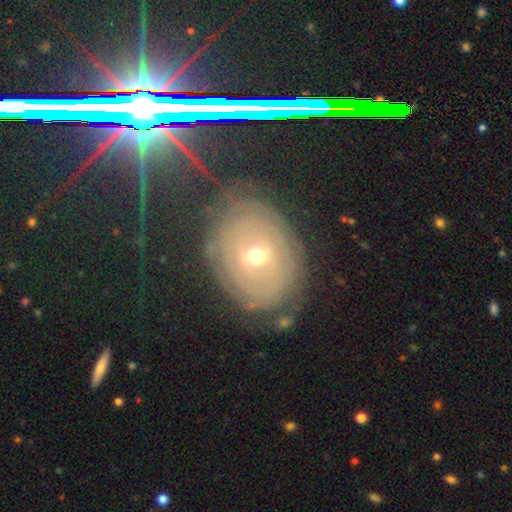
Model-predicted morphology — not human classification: Overall: featured or disk (73%). Edge-on disk: no (95%). Bar: weak (44%; no 39%). Spiral arms: yes (71%). Bulge size: moderate (52%; small 44%). Merging: none (67%).